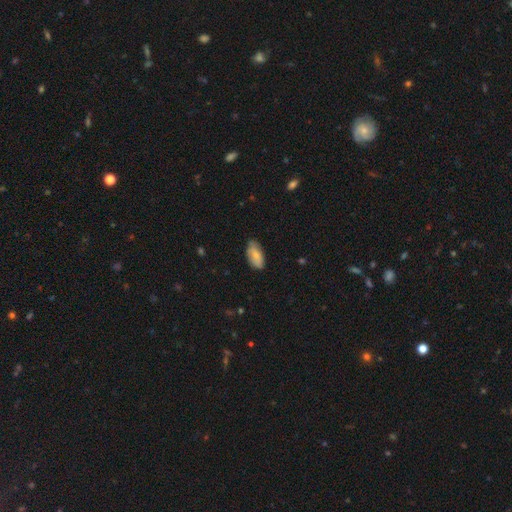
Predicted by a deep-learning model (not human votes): The model was most divided on "merging": none: 76%, minor disturbance: 20%, major disturbance: 3%, merger: 1%. More confident: how rounded — in between (92%); smooth or featured — smooth (80%).